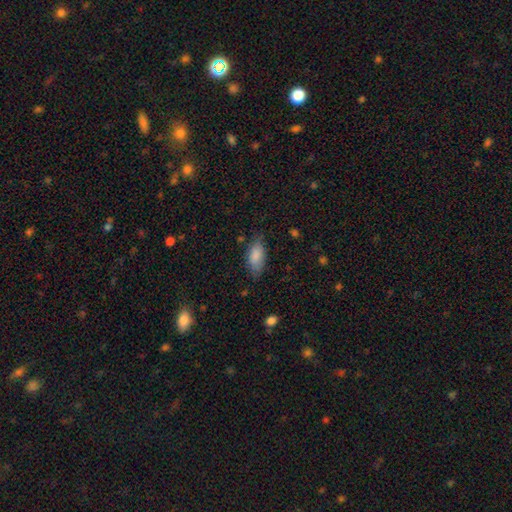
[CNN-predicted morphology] The model was most divided on "merging": none: 71%, minor disturbance: 23%, major disturbance: 5%, merger: 2%. More confident: how rounded — in between (87%); smooth or featured — smooth (86%).